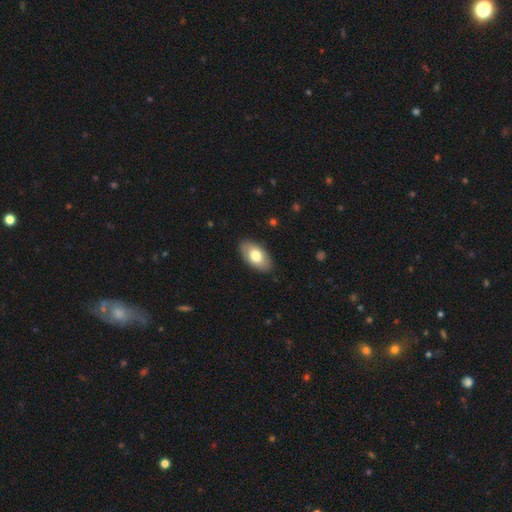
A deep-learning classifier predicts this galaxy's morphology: Overall: smooth (72%). How rounded: in between (94%). Merging: none (87%).